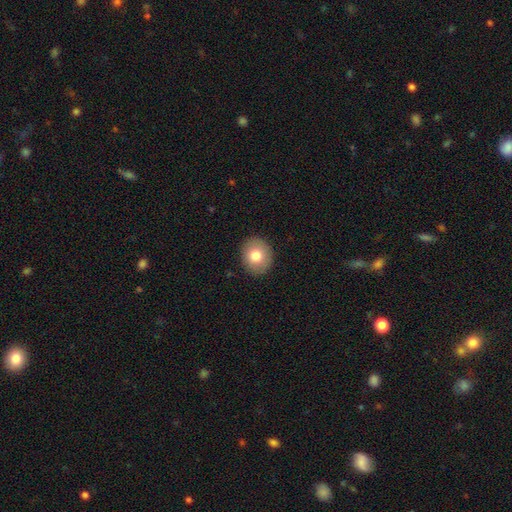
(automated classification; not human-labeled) Morphology: type=smooth (78%); roundness=round (66%); merging=none (89%).